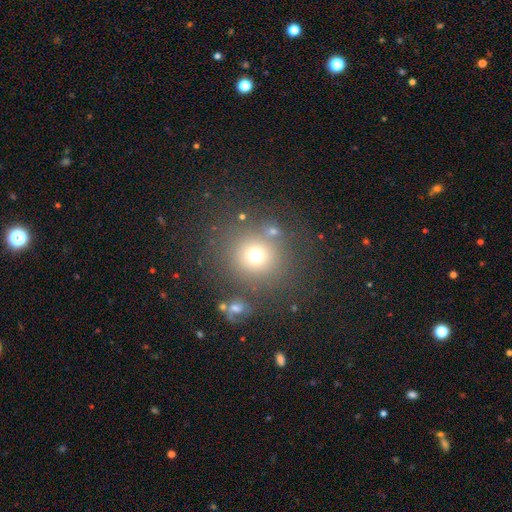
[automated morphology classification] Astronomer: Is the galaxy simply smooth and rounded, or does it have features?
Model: smooth — 70%.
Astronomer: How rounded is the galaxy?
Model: round — 91%.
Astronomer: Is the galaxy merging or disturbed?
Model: none — 73%.